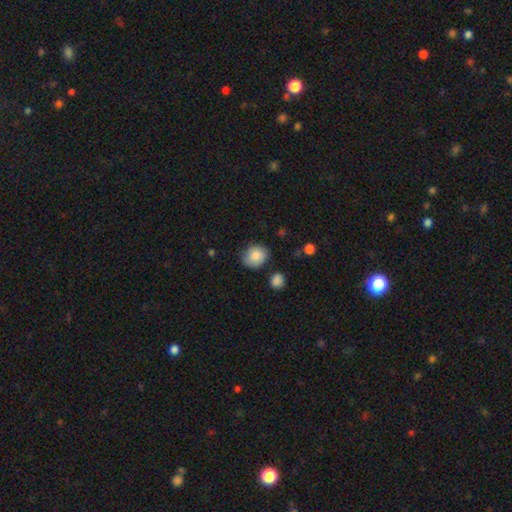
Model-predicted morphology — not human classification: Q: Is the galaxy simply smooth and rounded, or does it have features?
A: smooth — 82%.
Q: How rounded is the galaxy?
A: round — 63%.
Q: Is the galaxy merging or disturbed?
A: none — 73%.